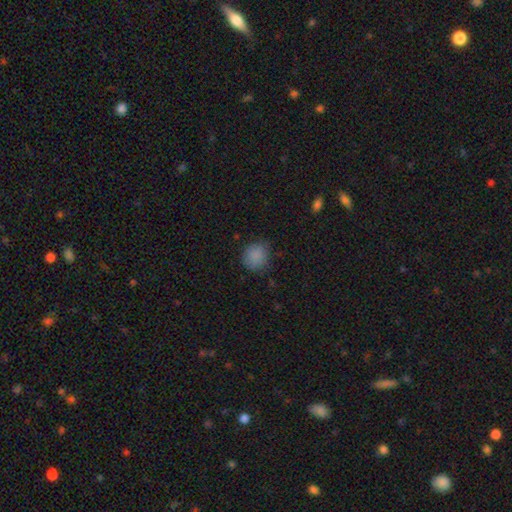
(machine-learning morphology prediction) Smooth or featured? smooth (85%)
How rounded? round (79%)
Merging? none (77%)